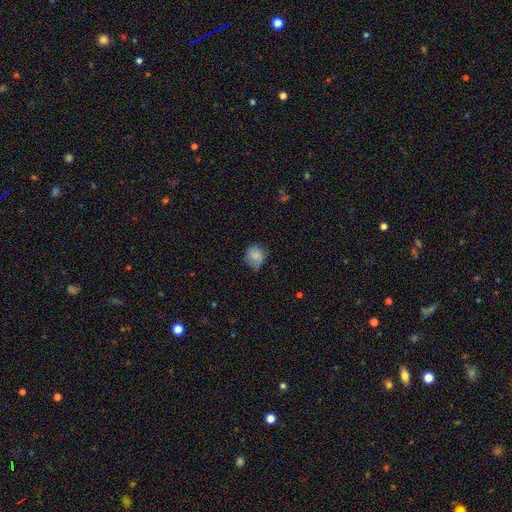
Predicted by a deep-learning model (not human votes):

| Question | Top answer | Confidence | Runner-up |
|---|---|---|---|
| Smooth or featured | smooth | 82% | featured or disk (9%) |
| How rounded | round | 80% | in between (19%) |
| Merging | none | 64% | minor disturbance (28%) |